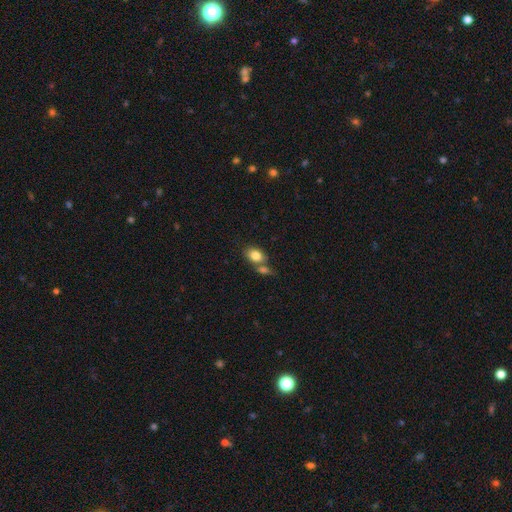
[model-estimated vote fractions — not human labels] Smooth or featured?
  - smooth: 83% *
  - featured or disk: 9%
  - star or artifact: 8%
How rounded?
  - in between: 73% *
  - round: 25%
  - cigar-shaped: 1%
Merging?
  - none: 46% *
  - merger: 39%
  - minor disturbance: 11%
  - major disturbance: 4%